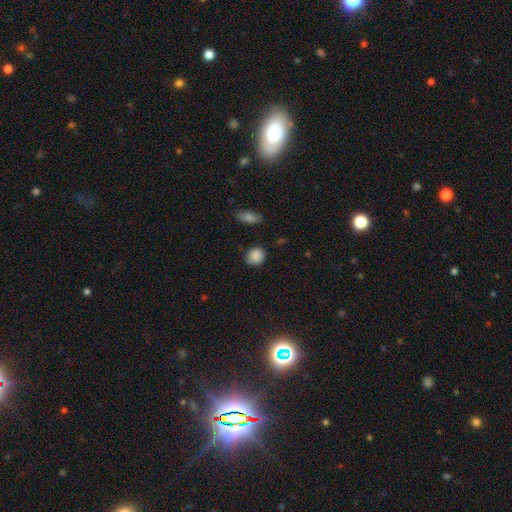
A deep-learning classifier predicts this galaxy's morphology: type=smooth (88%); roundness=round (80%); merging=none (78%).